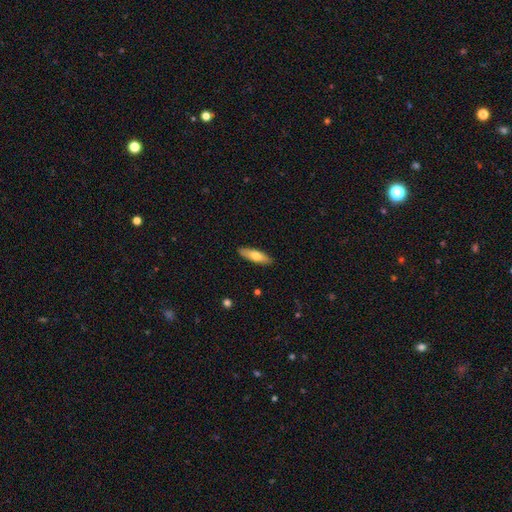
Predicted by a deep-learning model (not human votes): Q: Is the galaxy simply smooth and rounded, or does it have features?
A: smooth — 72%.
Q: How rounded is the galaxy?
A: cigar-shaped — 51%.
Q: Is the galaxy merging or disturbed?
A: none — 89%.